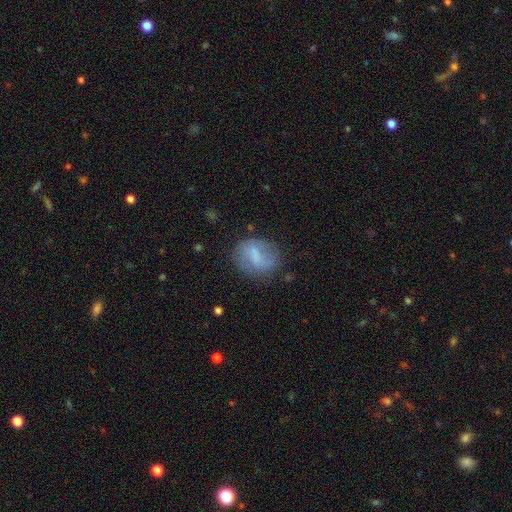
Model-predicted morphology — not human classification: Overall: smooth (56%; featured or disk 36%). How rounded: round (54%; in between 44%). Merging: none (65%).